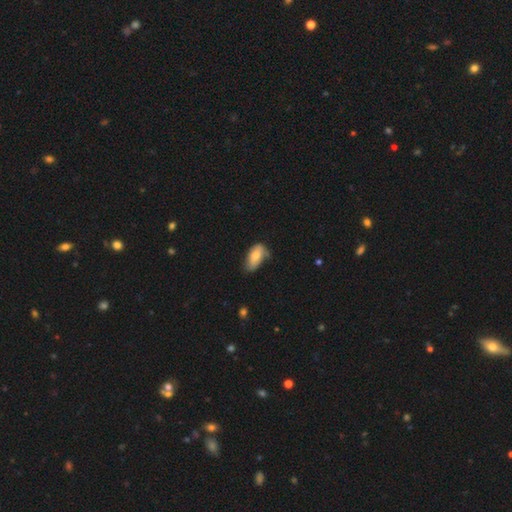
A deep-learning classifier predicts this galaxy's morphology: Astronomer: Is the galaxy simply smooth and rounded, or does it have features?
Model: smooth — 77%.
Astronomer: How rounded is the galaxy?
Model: in between — 91%.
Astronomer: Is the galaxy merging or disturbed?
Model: minor disturbance — 42%, tied with none at 42%.